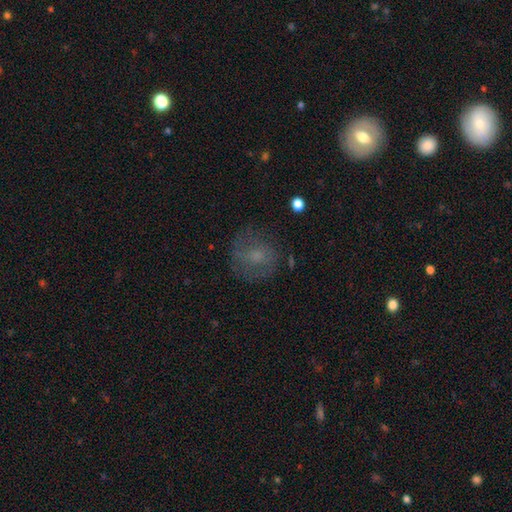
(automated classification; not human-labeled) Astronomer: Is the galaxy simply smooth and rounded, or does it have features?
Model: smooth — 52% (runner-up: featured or disk, 33%).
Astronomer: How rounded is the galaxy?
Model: round — 79%.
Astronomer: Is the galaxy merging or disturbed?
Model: none — 67%.